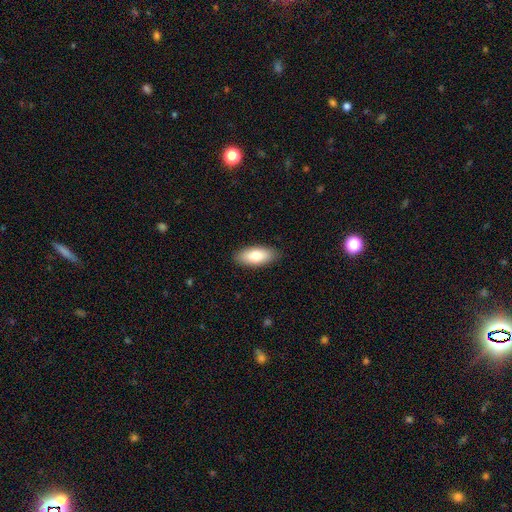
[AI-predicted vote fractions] Morphology: type=smooth (81%); roundness=in between (87%); merging=none (88%).